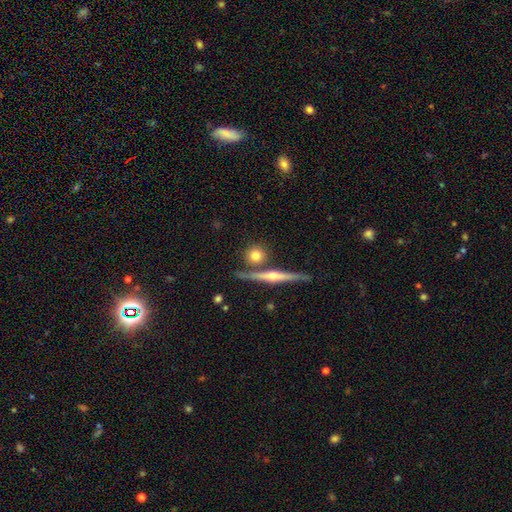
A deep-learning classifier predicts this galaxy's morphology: Smooth or featured?
  - smooth: 66% *
  - featured or disk: 26%
  - star or artifact: 8%
How rounded?
  - round: 86% *
  - in between: 7%
  - cigar-shaped: 6%
Merging?
  - none: 73% *
  - merger: 15%
  - minor disturbance: 9%
  - major disturbance: 3%